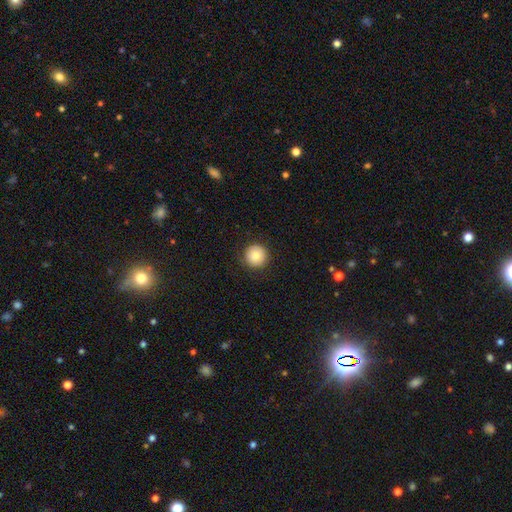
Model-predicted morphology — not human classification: Smooth or featured? smooth (84%)
How rounded? round (96%)
Merging? none (90%)